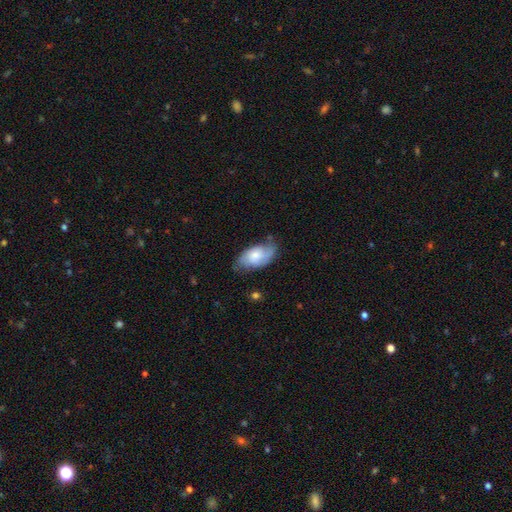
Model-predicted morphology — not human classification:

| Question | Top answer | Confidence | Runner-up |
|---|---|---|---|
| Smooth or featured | smooth | 55% | featured or disk (39%) |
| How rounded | in between | 93% | round (4%) |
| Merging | none | 60% | minor disturbance (29%) |